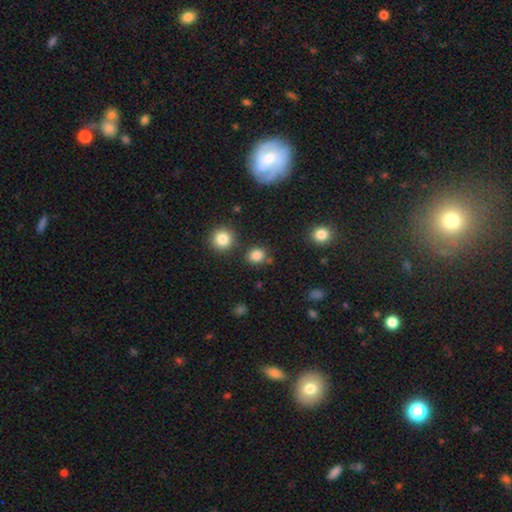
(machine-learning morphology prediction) smooth 84%, star or artifact 12%, featured or disk 4%. Down the decision tree: how rounded — round (73%); merging — none (80%).